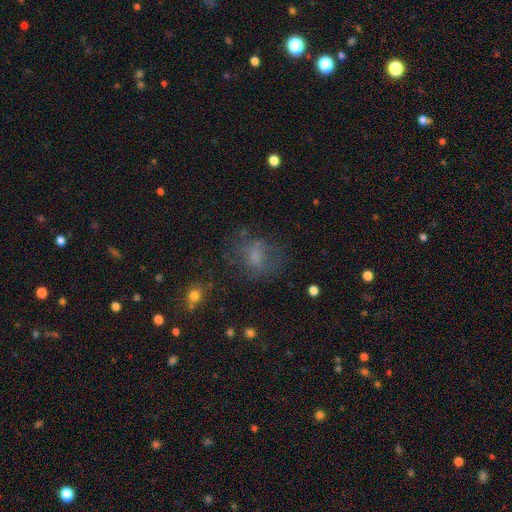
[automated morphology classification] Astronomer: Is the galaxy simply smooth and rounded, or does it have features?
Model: smooth — 58%.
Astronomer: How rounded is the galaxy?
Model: round — 58% (runner-up: in between, 41%).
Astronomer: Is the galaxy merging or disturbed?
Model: none — 56%.